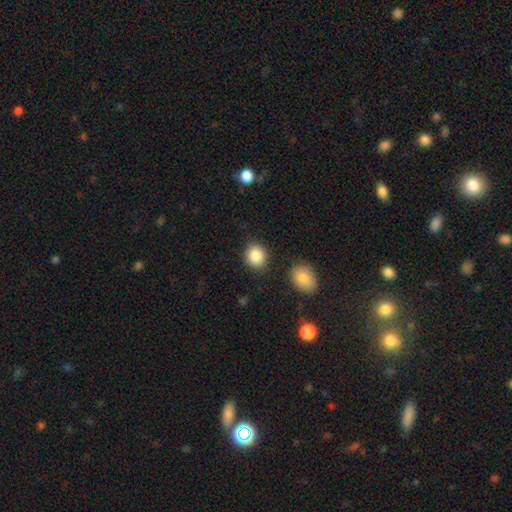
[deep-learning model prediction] Smooth or featured: smooth — 87% (star or artifact — 8%)
How rounded: round — 73% (in between — 26%)
Merging: none — 86% (minor disturbance — 9%)